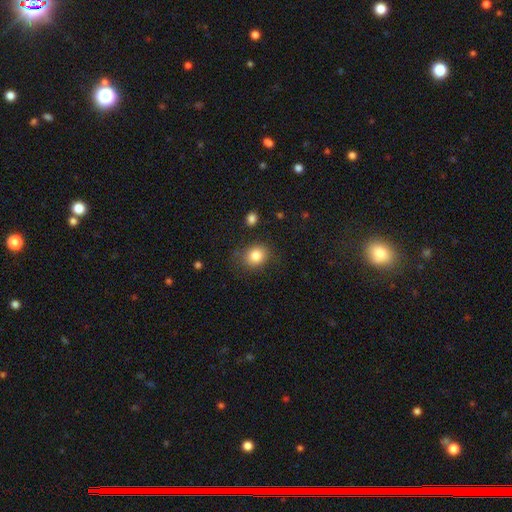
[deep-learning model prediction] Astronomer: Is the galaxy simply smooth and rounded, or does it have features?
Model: smooth — 83%.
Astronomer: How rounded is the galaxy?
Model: round — 73%.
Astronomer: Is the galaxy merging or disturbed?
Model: none — 80%.